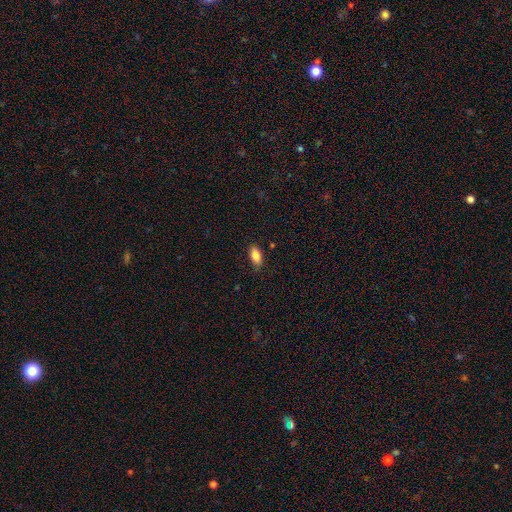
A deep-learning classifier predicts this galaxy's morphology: A smooth galaxy with no disk features (84%) that is in between round and cigar-shaped (90%). Merging: none (80%).